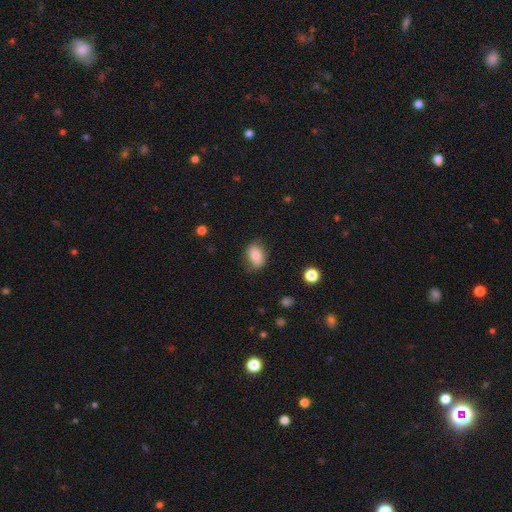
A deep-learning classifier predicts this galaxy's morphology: Smooth or featured?
  - smooth: 77% *
  - featured or disk: 15%
  - star or artifact: 8%
How rounded?
  - in between: 76% *
  - round: 22%
  - cigar-shaped: 1%
Merging?
  - none: 65% *
  - minor disturbance: 26%
  - major disturbance: 8%
  - merger: 2%